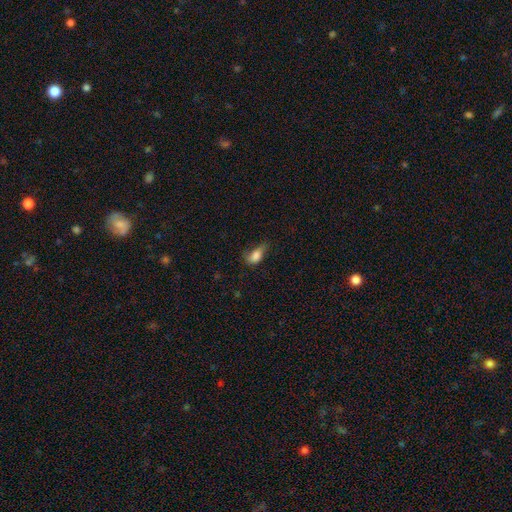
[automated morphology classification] Smooth or featured? smooth (80%)
How rounded? in between (85%)
Merging? minor disturbance (38%)